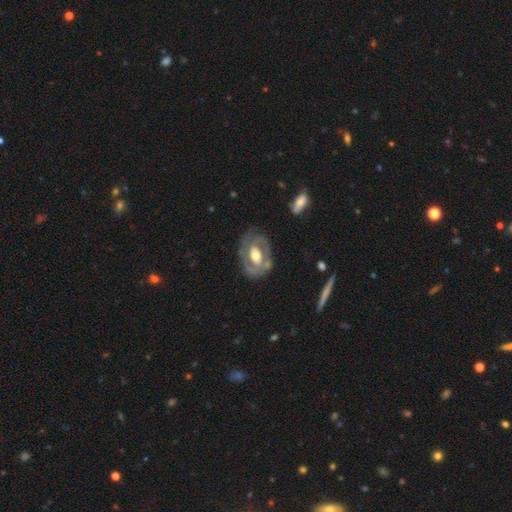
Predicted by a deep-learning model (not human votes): Smooth or featured?
  - featured or disk: 74% *
  - smooth: 21%
  - star or artifact: 5%
Edge-on disk?
  - no: 95% *
  - yes: 5%
Bar?
  - no: 46% *
  - weak: 33%
  - strong: 20%
Spiral arms?
  - yes: 61% *
  - no: 39%
Bulge size?
  - moderate: 65% *
  - large: 20%
  - small: 12%
  - dominant: 1%
  - none: 1%
Merging?
  - none: 68% *
  - minor disturbance: 19%
  - major disturbance: 10%
  - merger: 3%